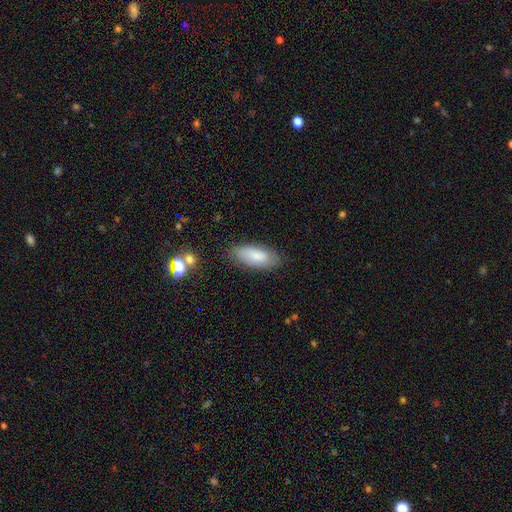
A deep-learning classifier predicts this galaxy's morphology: smooth_or_featured: smooth (p=0.83) [alt: featured or disk p=0.10]
how_rounded: in between (p=0.85) [alt: cigar-shaped p=0.13]
merging: none (p=0.80) [alt: minor disturbance p=0.15]